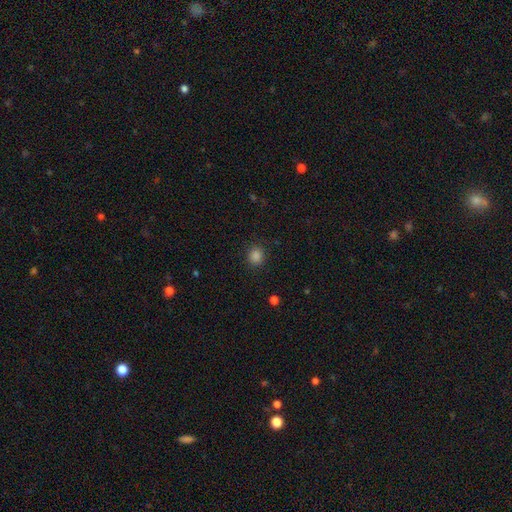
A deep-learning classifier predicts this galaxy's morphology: Smooth or featured: smooth — 84% (star or artifact — 13%)
How rounded: round — 82% (in between — 17%)
Merging: none — 90% (minor disturbance — 7%)